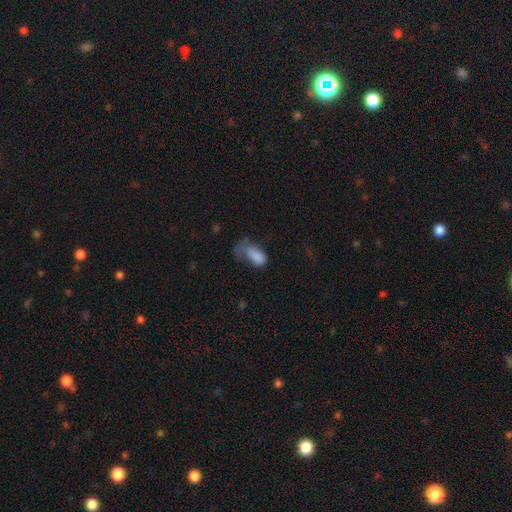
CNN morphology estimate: This appears to be a smooth galaxy with no disk features (79%) that is in between round and cigar-shaped (92%). Merging: major disturbance (50%).